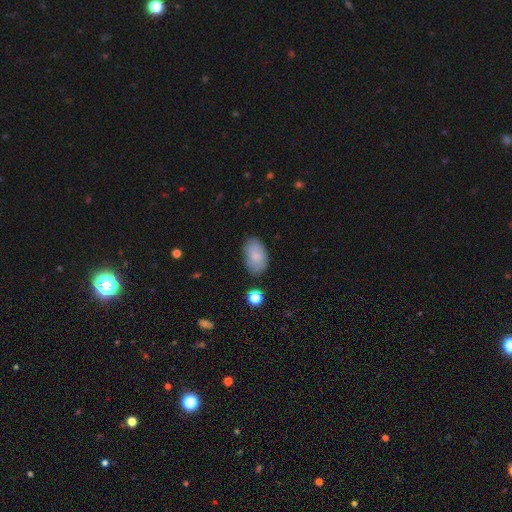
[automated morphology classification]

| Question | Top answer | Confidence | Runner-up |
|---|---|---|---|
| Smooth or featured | smooth | 81% | featured or disk (12%) |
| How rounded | in between | 92% | round (7%) |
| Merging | none | 75% | minor disturbance (18%) |